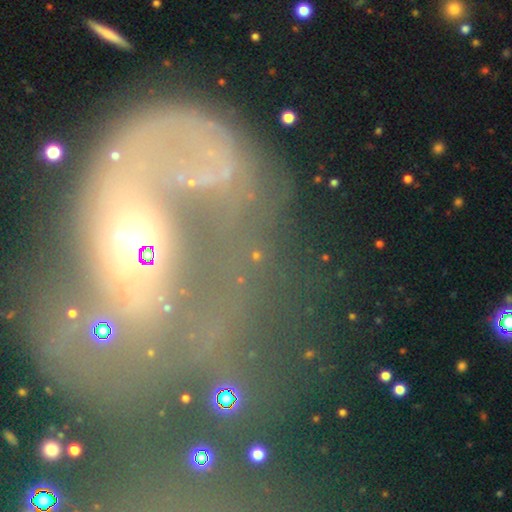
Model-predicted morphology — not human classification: Smooth or featured?
  - featured or disk: 58% *
  - star or artifact: 21%
  - smooth: 21%
Edge-on disk?
  - no: 90% *
  - yes: 10%
Bar?
  - no: 48% *
  - weak: 29%
  - strong: 23%
Spiral arms?
  - yes: 58% *
  - no: 42%
Bulge size?
  - moderate: 51% *
  - small: 26%
  - large: 12%
  - none: 6%
  - dominant: 5%
Merging?
  - none: 38% *
  - major disturbance: 30%
  - merger: 18%
  - minor disturbance: 14%